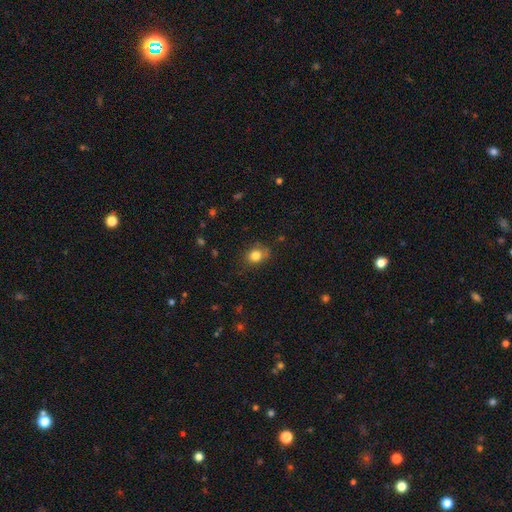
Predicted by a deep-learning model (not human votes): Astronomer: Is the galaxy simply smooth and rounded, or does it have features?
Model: smooth — 82%.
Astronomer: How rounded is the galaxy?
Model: in between — 52% (runner-up: round, 47%).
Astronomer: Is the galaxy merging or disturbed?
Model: none — 75%.